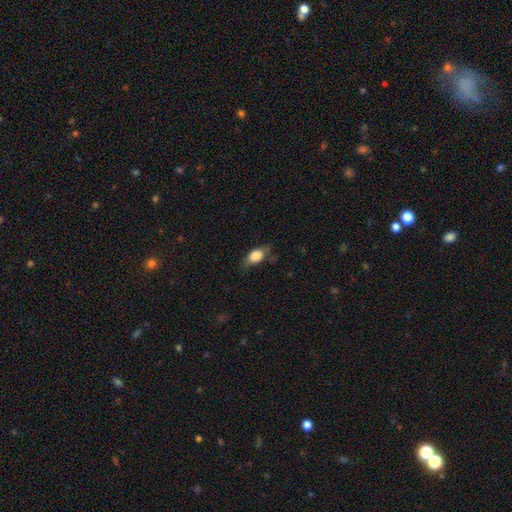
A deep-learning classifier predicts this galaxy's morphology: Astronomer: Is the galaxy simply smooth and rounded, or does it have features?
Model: smooth — 79%.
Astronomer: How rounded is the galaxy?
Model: in between — 84%.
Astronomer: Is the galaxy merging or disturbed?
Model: none — 58%.